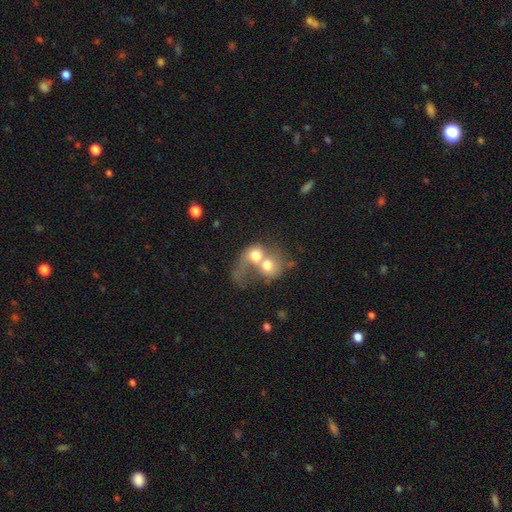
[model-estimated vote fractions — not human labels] The model was most divided on "how rounded": round: 59%, in between: 39%, cigar-shaped: 1%. More confident: merging — merger (81%); smooth or featured — smooth (58%).